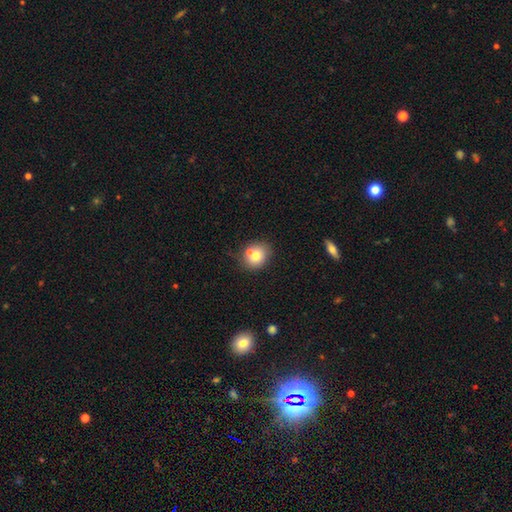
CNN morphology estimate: Smooth or featured?
  - smooth: 73% *
  - featured or disk: 17%
  - star or artifact: 10%
How rounded?
  - round: 71% *
  - in between: 28%
  - cigar-shaped: 1%
Merging?
  - none: 57% *
  - merger: 28%
  - minor disturbance: 11%
  - major disturbance: 3%